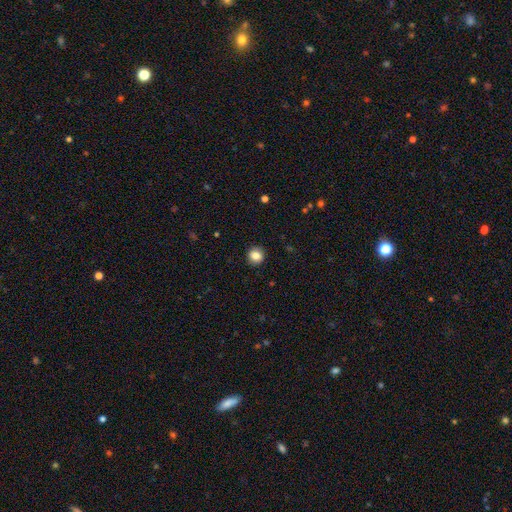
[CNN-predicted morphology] A smooth galaxy with no disk features (84%) that is round (88%). Merging: none (91%).